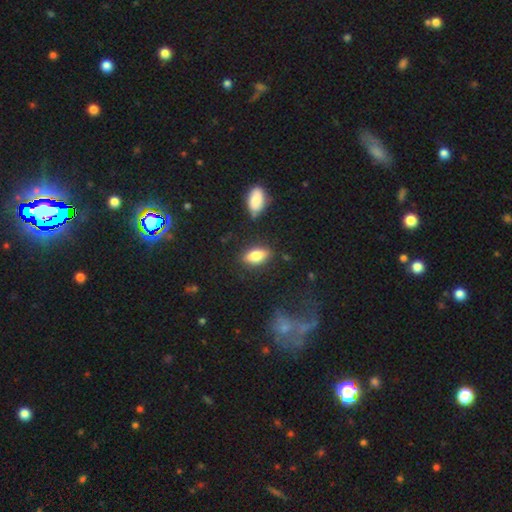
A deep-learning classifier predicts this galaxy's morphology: Smooth or featured: smooth — 79% (featured or disk — 13%)
How rounded: in between — 86% (cigar-shaped — 10%)
Merging: none — 82% (minor disturbance — 12%)